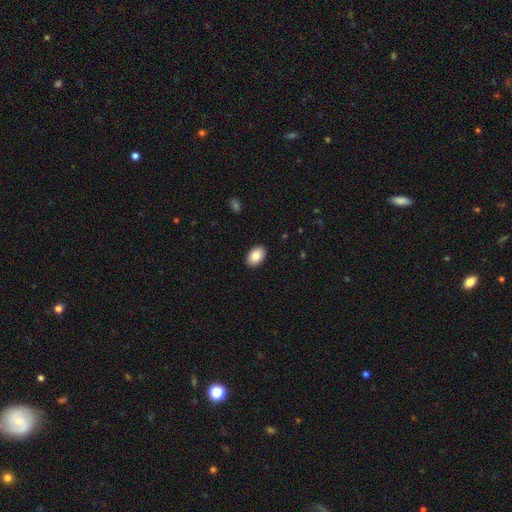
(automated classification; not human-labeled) This is clearly a smooth galaxy (84%). How rounded: clearly in between (89%). Merging: clearly none (90%).